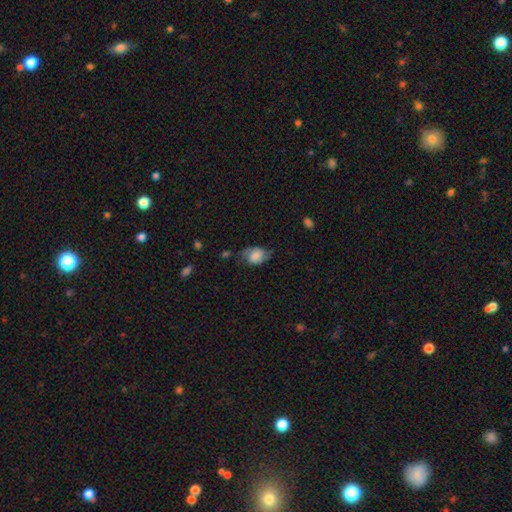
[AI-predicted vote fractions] This is possibly a smooth galaxy (60%). How rounded: likely in between (76%). Merging: possibly none (54%).